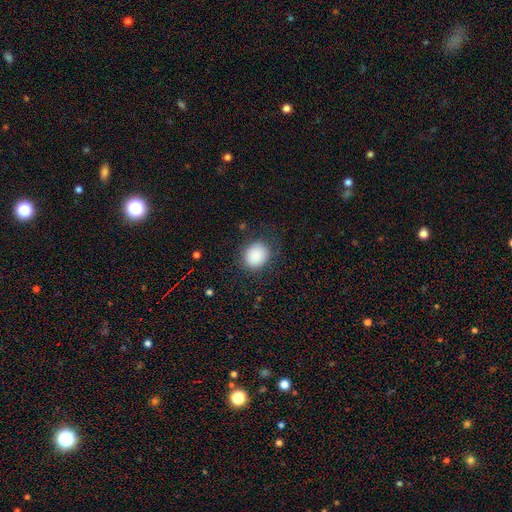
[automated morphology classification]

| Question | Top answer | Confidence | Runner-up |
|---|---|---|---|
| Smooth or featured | smooth | 88% | star or artifact (8%) |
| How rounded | round | 67% | in between (32%) |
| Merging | none | 80% | minor disturbance (13%) |